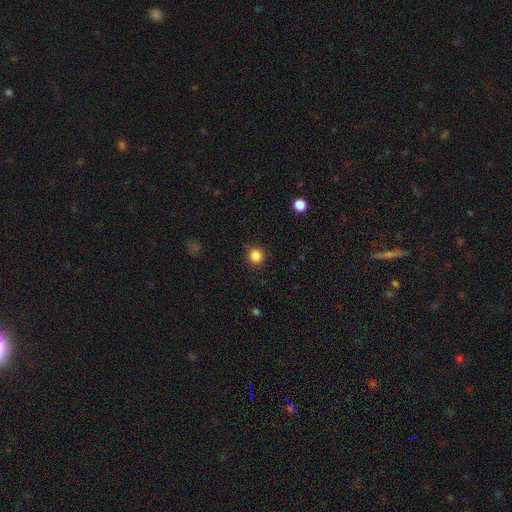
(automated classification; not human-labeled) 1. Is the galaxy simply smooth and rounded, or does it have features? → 85% smooth, 11% star or artifact, 3% featured or disk.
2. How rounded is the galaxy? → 93% round, 7% in between, 1% cigar-shaped.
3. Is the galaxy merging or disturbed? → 87% none, 9% minor disturbance, 3% major disturbance, 1% merger.